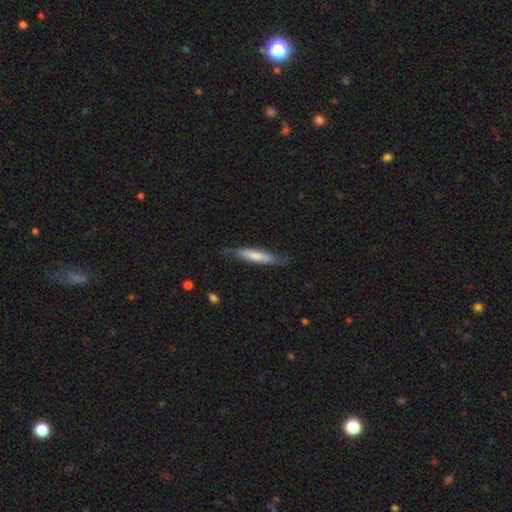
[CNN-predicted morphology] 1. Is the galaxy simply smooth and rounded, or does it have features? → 64% smooth, 31% featured or disk, 5% star or artifact.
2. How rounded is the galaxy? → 85% cigar-shaped, 14% in between, 1% round.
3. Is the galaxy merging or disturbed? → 72% none, 21% minor disturbance, 5% major disturbance, 1% merger.